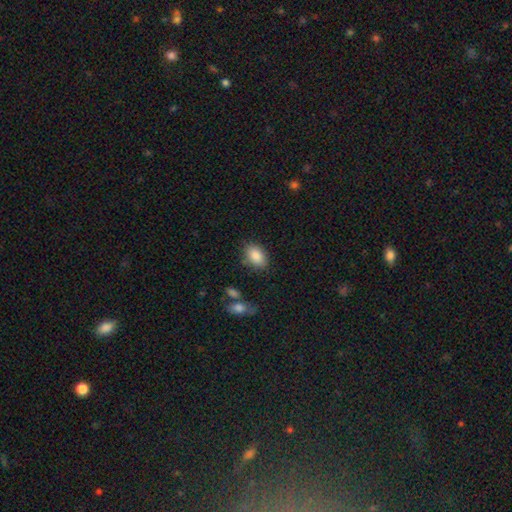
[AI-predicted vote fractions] smooth-or-featured: smooth: 87% | star or artifact: 7% | featured or disk: 5%
  how-rounded: in between: 86% | round: 12% | cigar-shaped: 1%
  merging: none: 79% | minor disturbance: 15% | major disturbance: 4% | merger: 3%